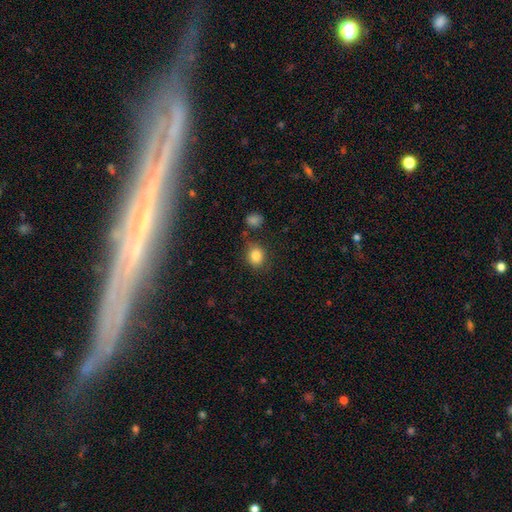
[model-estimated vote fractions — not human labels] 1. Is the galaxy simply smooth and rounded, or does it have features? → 84% smooth, 10% star or artifact, 6% featured or disk.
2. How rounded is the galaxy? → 61% round, 38% in between, 1% cigar-shaped.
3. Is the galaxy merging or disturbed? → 76% none, 14% minor disturbance, 6% merger, 5% major disturbance.